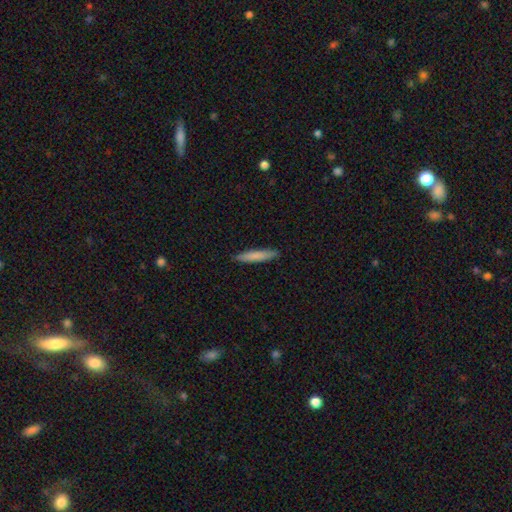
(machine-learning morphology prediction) Smooth or featured? smooth (80%)
How rounded? cigar-shaped (91%)
Merging? none (90%)